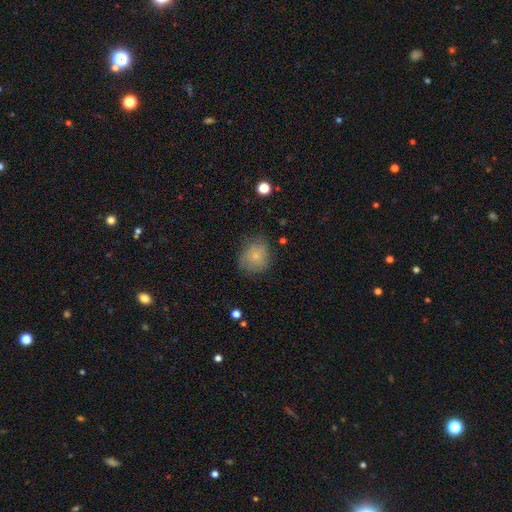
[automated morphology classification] smooth_or_featured: smooth (p=0.75) [alt: featured or disk p=0.15]
how_rounded: round (p=0.71) [alt: in between p=0.28]
merging: none (p=0.66) [alt: minor disturbance p=0.24]